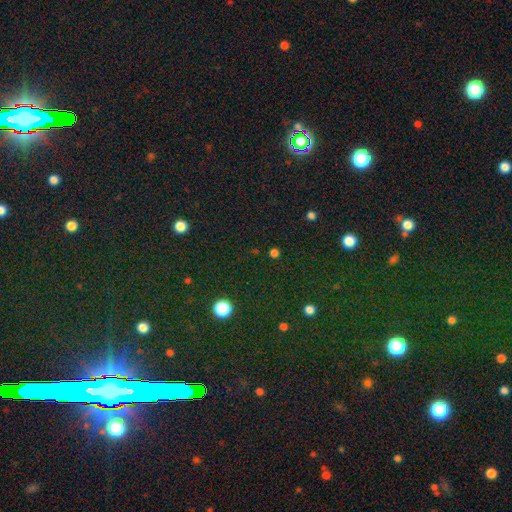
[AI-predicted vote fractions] Smooth or featured?
  - star or artifact: 78% *
  - smooth: 14%
  - featured or disk: 8%